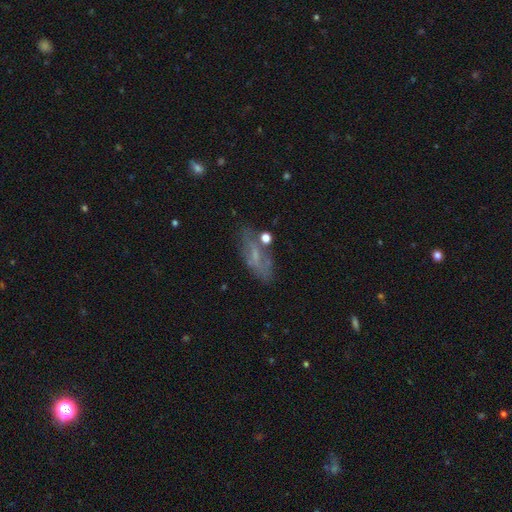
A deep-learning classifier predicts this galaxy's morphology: The model was most divided on "smooth or featured": featured or disk: 46%, smooth: 41%, star or artifact: 13%. More confident: merging — none (58%).